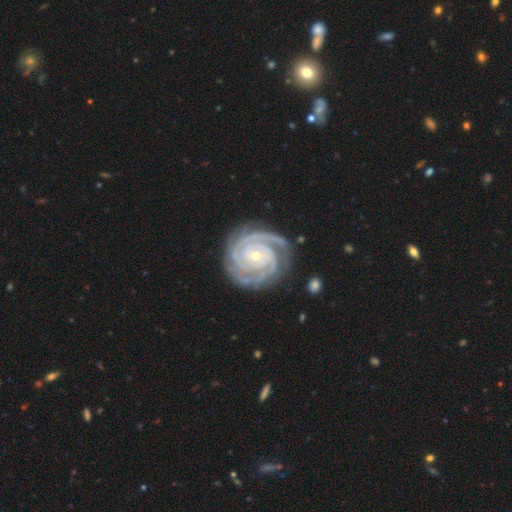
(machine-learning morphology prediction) smooth-or-featured: featured or disk: 93% | star or artifact: 4% | smooth: 3%
  disk-edge-on: no: 98% | yes: 2%
    bar: no: 71% | weak: 17% | strong: 12%
    has-spiral-arms: yes: 99% | no: 1%
      spiral-winding: tight: 87% | medium: 11% | loose: 1%
      spiral-arm-count: 2: 39% | 3: 30% | 4: 12% | can't tell: 9% | more than 4: 6% | 1: 6%
    bulge-size: small: 75% | moderate: 22% | large: 1% | none: 1% | dominant: 1%
  merging: none: 81% | minor disturbance: 14% | major disturbance: 4% | merger: 1%